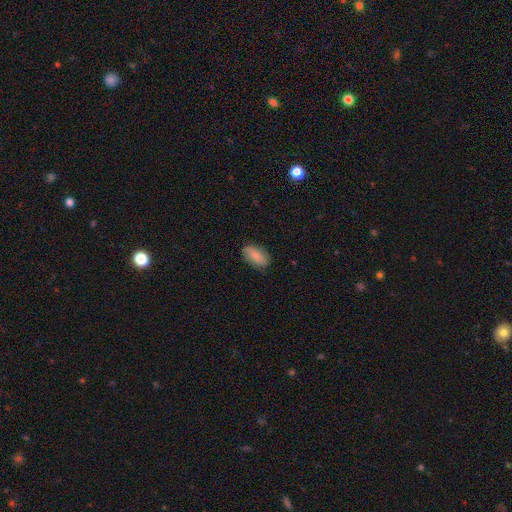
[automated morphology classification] This appears to be a smooth galaxy with no disk features (74%) that is in between round and cigar-shaped (90%). Merging: none (84%).